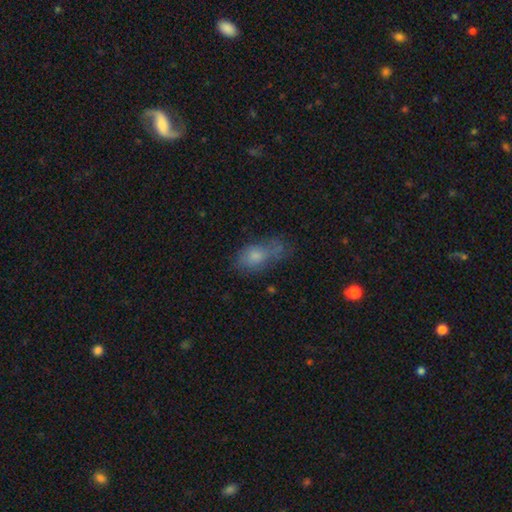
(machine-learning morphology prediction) Smooth or featured: smooth — 67% (featured or disk — 20%)
How rounded: in between — 79% (round — 12%)
Merging: none — 44% (minor disturbance — 29%)